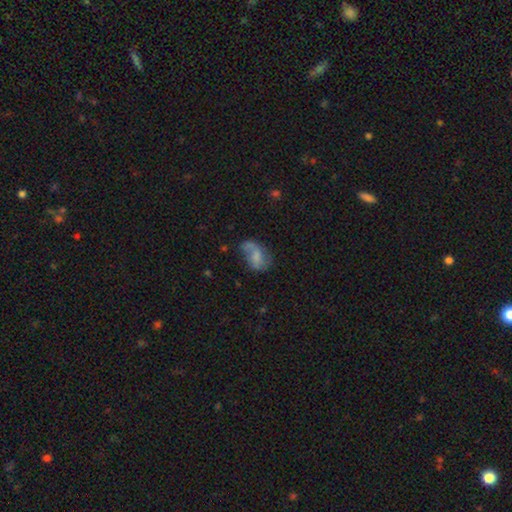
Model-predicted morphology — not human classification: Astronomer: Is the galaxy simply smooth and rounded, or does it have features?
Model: smooth — 45%, tied with featured or disk at 45%.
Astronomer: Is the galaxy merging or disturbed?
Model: none — 39% (runner-up: minor disturbance, 27%).